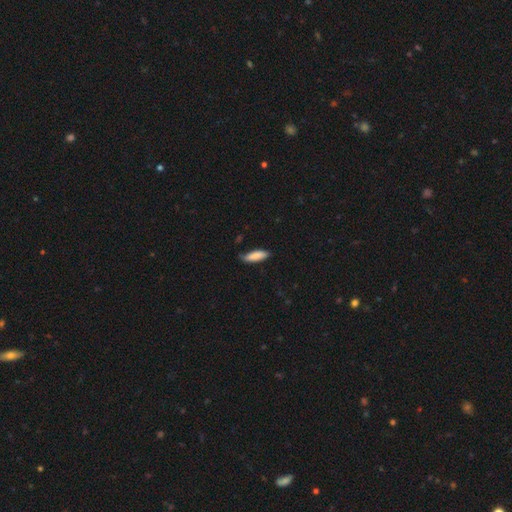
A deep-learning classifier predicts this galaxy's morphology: Overall: smooth (86%). How rounded: cigar-shaped (49%, tied with in between). Merging: none (69%).